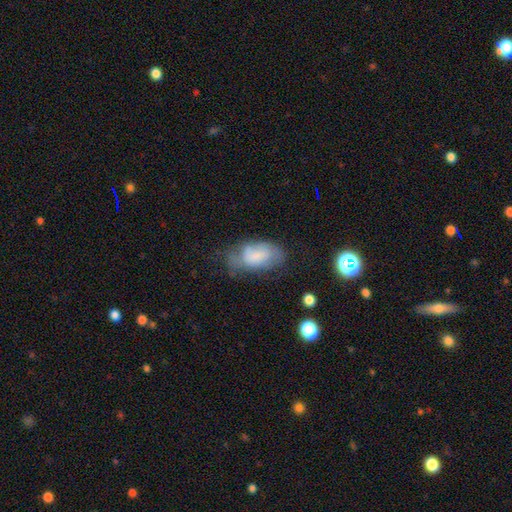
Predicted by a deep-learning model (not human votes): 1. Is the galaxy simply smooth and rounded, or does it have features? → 64% smooth, 27% featured or disk, 9% star or artifact.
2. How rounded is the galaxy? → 92% in between, 5% round, 3% cigar-shaped.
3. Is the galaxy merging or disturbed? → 39% none, 35% minor disturbance, 22% major disturbance, 4% merger.